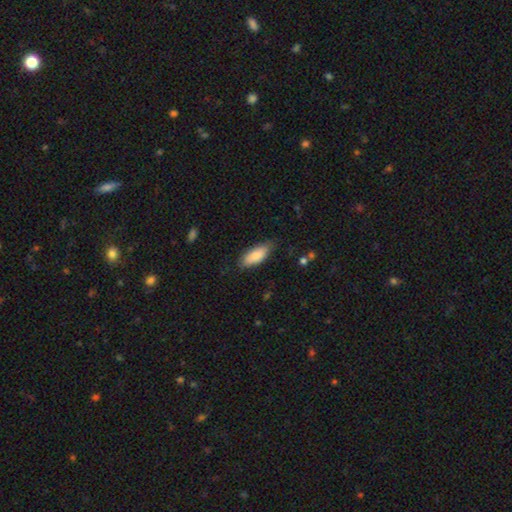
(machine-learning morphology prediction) Smooth or featured?
  - smooth: 85% *
  - featured or disk: 10%
  - star or artifact: 6%
How rounded?
  - in between: 79% *
  - cigar-shaped: 19%
  - round: 2%
Merging?
  - none: 77% *
  - minor disturbance: 18%
  - major disturbance: 3%
  - merger: 1%